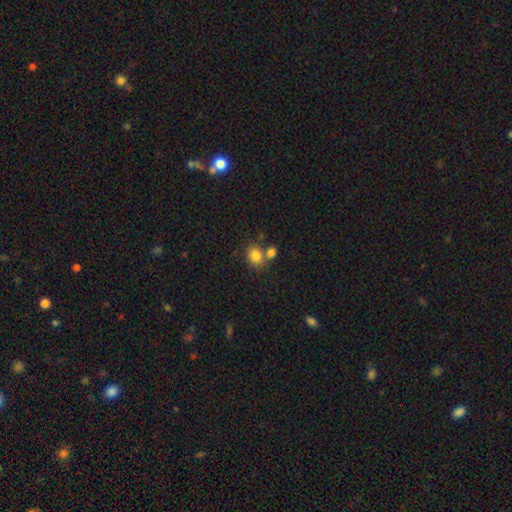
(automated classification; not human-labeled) A smooth galaxy with no disk features (82%) that is round (55%). Merging: none (52%).